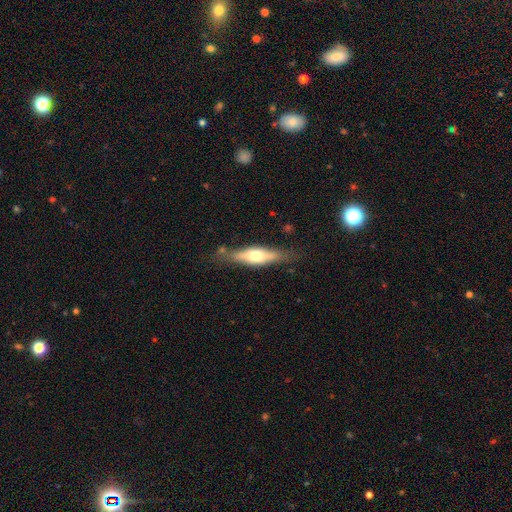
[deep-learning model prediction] A featured or disk galaxy (50%) viewed edge-on (84%).

Vote fractions:
- Smooth or featured? featured or disk: 50% / smooth: 44% / star or artifact: 6%
- Edge-on disk? yes: 84% / no: 16%
- Merging? none: 73% / minor disturbance: 18% / major disturbance: 5% / merger: 4%